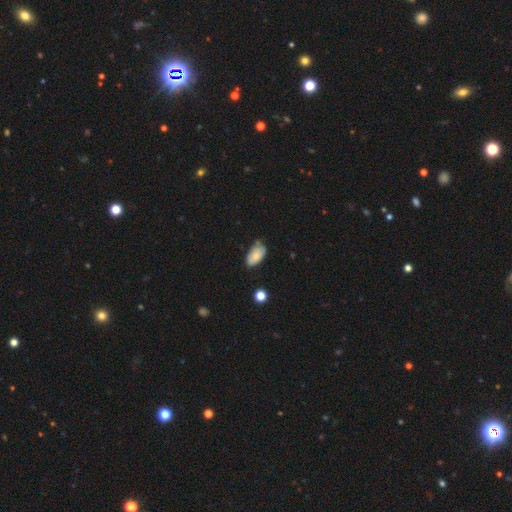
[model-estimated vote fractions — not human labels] The model was most divided on "merging": none: 59%, minor disturbance: 32%, major disturbance: 6%, merger: 3%. More confident: how rounded — in between (93%); smooth or featured — smooth (74%).